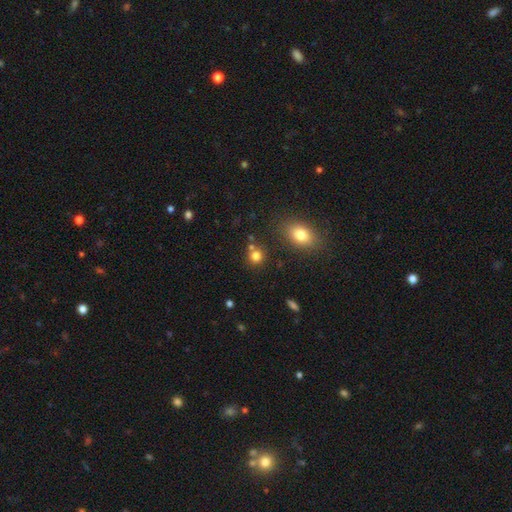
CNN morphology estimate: A smooth galaxy with no disk features (79%) that is round (85%).

Vote fractions:
- Smooth or featured? smooth: 79% / star or artifact: 14% / featured or disk: 7%
- How rounded? round: 85% / in between: 14% / cigar-shaped: 1%
- Merging? none: 72% / merger: 16% / minor disturbance: 9% / major disturbance: 3%